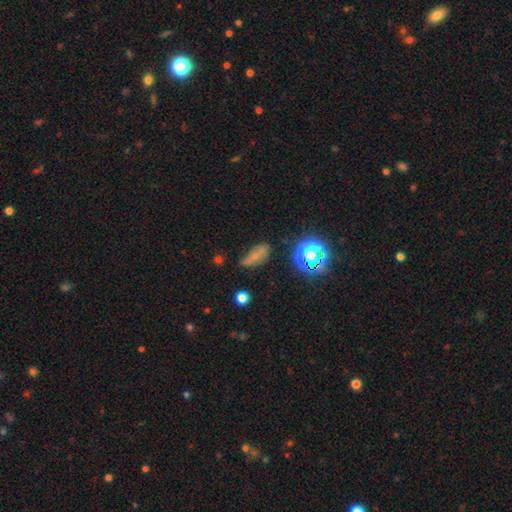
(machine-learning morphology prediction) smooth 52%, featured or disk 25%, star or artifact 23%. Down the decision tree: how rounded — in between (76%); merging — none (56%).